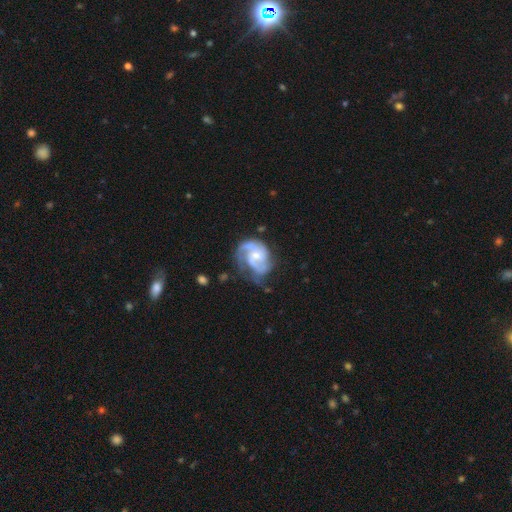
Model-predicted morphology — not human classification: type=featured or disk (85%); edge-on=no (98%); bar=no (47%); spiral arms=yes (94%); winding=medium (52%); arm count=2 (54%); bulge=small (49%); merging=none (49%).